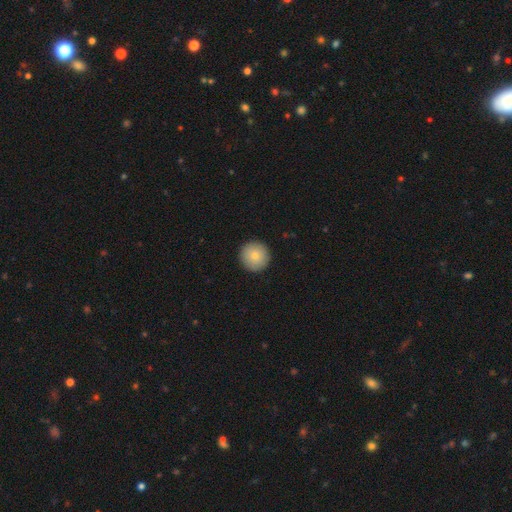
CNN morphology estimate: Overall: smooth (83%). How rounded: round (96%). Merging: none (92%).